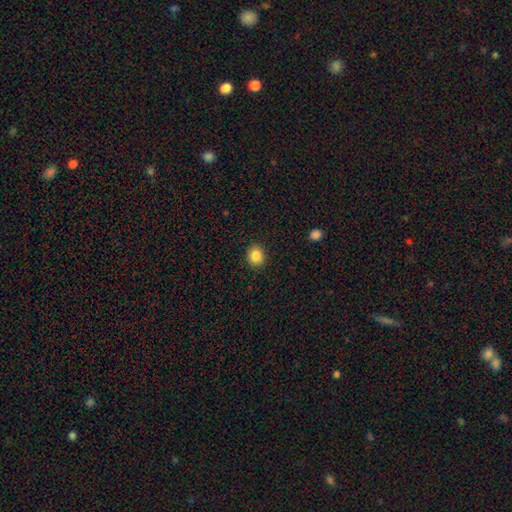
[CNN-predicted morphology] type=smooth (85%); roundness=round (72%); merging=none (91%).